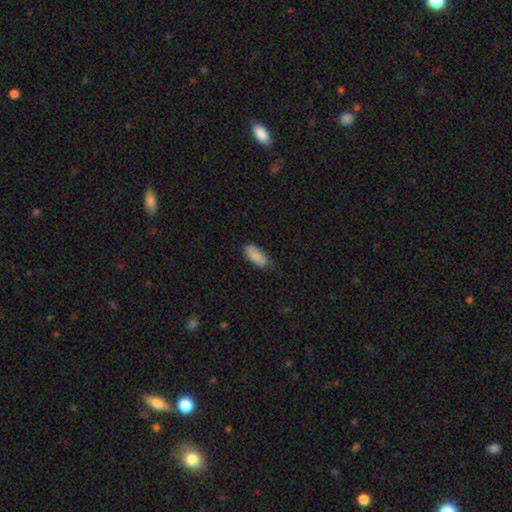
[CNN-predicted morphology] smooth 87%, featured or disk 6%, star or artifact 6%. Down the decision tree: how rounded — in between (85%); merging — none (73%).